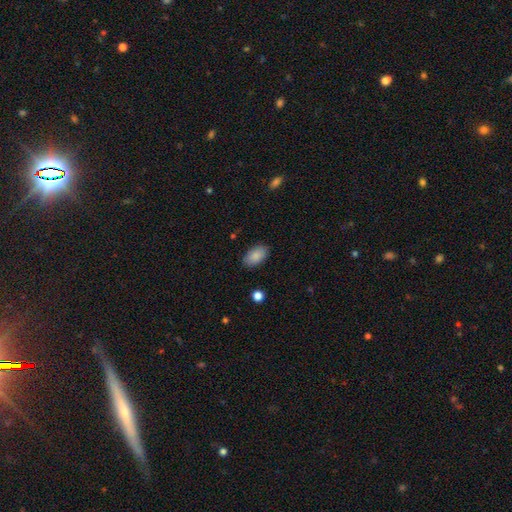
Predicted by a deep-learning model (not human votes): The model was most divided on "merging": none: 87%, minor disturbance: 10%, major disturbance: 2%, merger: 1%. More confident: how rounded — in between (94%); smooth or featured — smooth (88%).